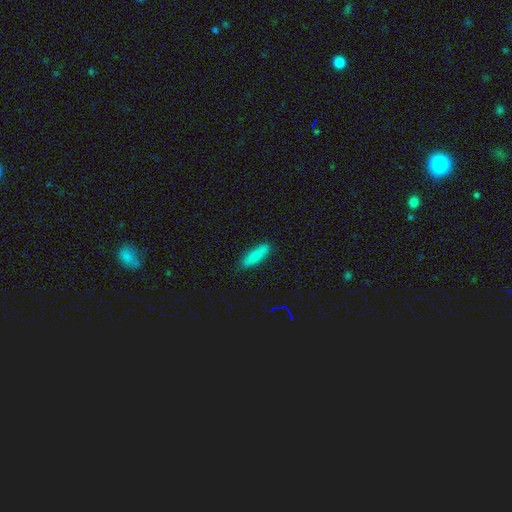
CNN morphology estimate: Smooth or featured?
  - smooth: 85% *
  - featured or disk: 8%
  - star or artifact: 7%
How rounded?
  - cigar-shaped: 56% *
  - in between: 42%
  - round: 2%
Merging?
  - none: 85% *
  - minor disturbance: 12%
  - major disturbance: 2%
  - merger: 1%